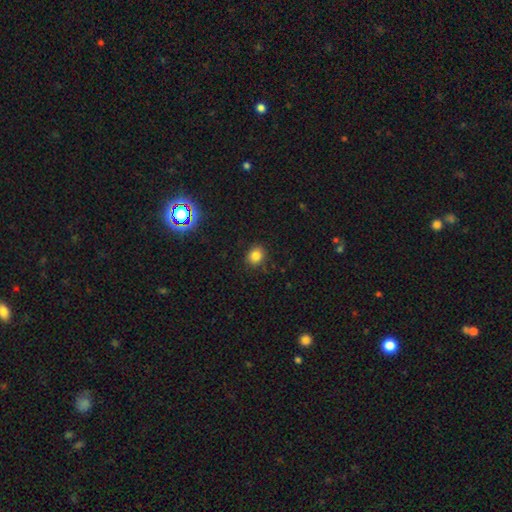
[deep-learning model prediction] Overall: smooth (81%). How rounded: round (69%; in between 30%). Merging: none (86%).